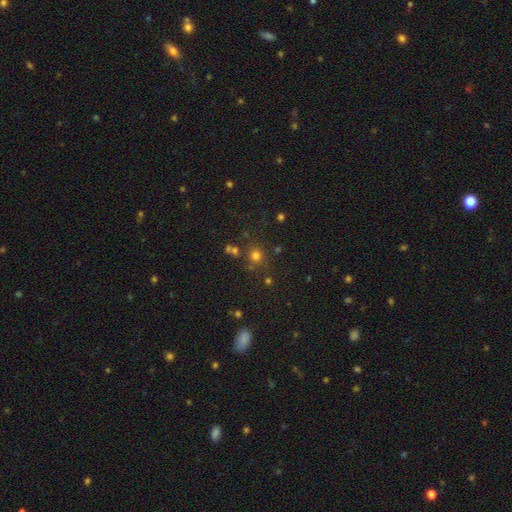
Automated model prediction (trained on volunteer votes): The model was most divided on "smooth or featured": smooth: 69%, star or artifact: 24%, featured or disk: 7%. More confident: how rounded — round (89%); merging — none (76%).